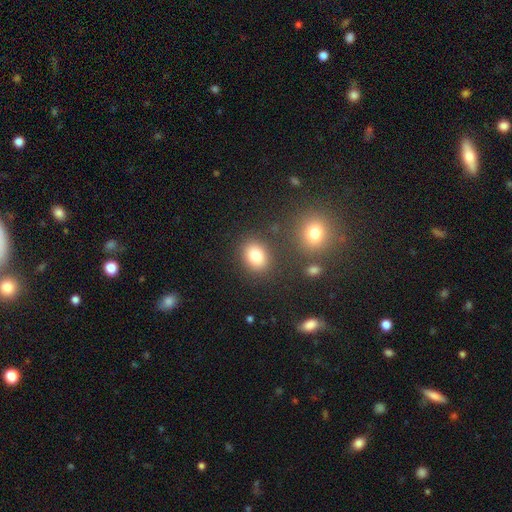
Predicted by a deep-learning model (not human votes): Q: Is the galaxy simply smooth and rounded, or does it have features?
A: smooth — 82%.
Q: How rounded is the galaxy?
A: in between — 54%.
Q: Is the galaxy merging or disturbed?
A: none — 80%.